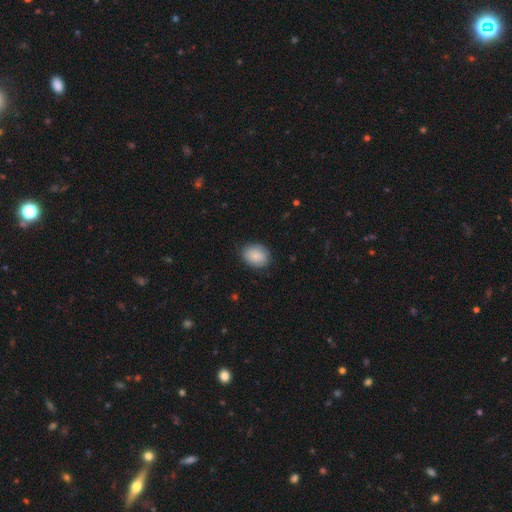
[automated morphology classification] This appears to be a smooth galaxy with no disk features (84%) that is in between round and cigar-shaped (55%). Merging: none (82%).